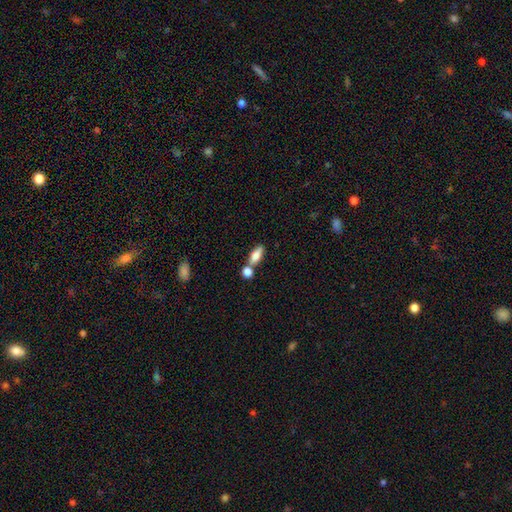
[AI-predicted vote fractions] Smooth or featured: smooth — 77% (featured or disk — 16%)
How rounded: in between — 70% (cigar-shaped — 24%)
Merging: none — 56% (merger — 30%)